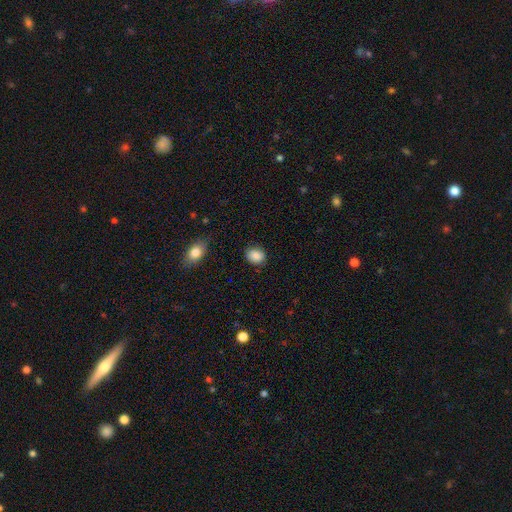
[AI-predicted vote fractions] Overall: smooth (87%). How rounded: round (56%; in between 43%). Merging: none (84%).